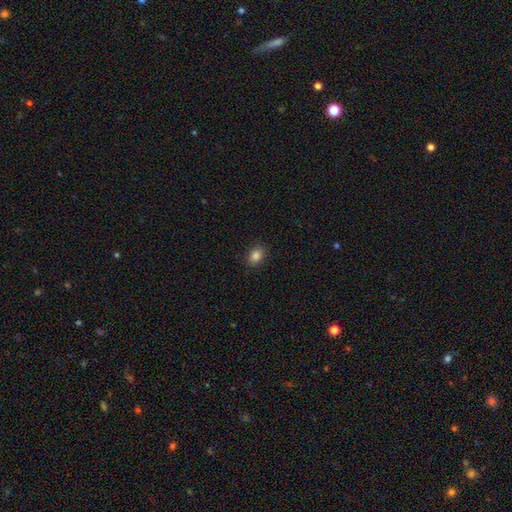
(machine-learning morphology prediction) type=smooth (84%); roundness=in between (61%); merging=none (89%).